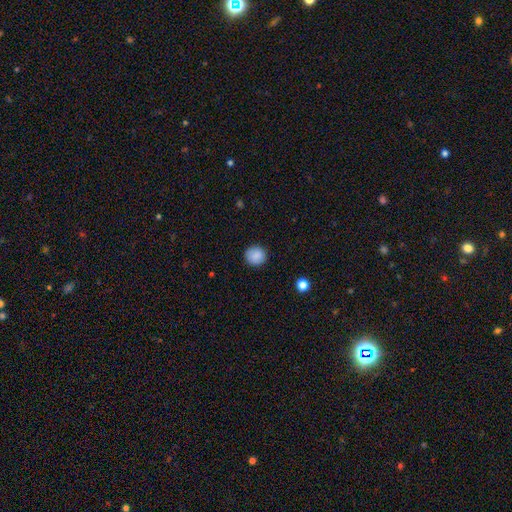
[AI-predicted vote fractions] Overall: smooth (88%). How rounded: round (92%). Merging: none (90%).